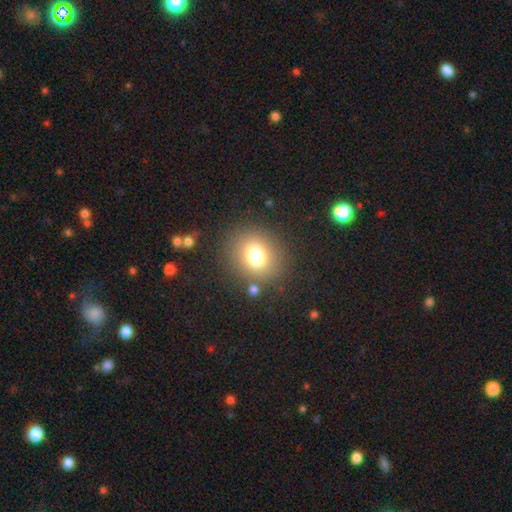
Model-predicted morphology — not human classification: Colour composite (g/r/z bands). It shows a smooth galaxy with no disk features (76%) that is round (73%). Merging: none (82%).